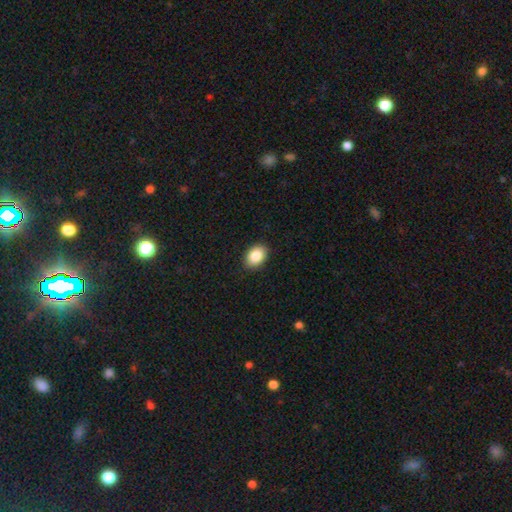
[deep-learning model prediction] The model was most divided on "how rounded": in between: 78%, round: 21%, cigar-shaped: 1%. More confident: merging — none (89%); smooth or featured — smooth (87%).